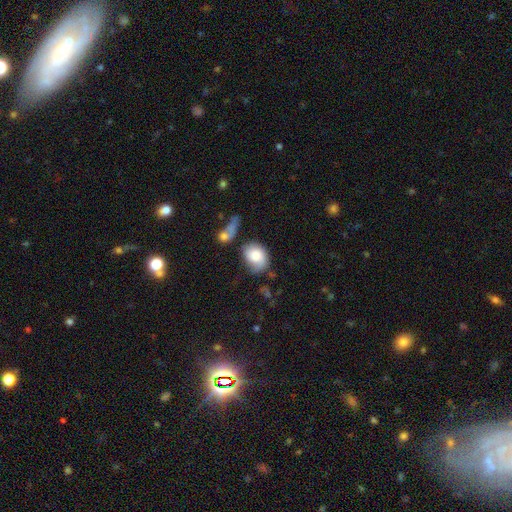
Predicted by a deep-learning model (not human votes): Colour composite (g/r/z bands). It shows a smooth galaxy with no disk features (70%) that is in between round and cigar-shaped (61%). Merging: none (42%).